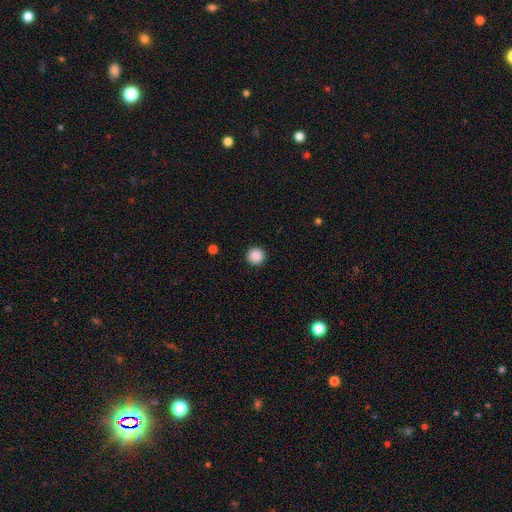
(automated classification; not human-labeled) smooth_or_featured: smooth (p=0.88) [alt: star or artifact p=0.09]
how_rounded: round (p=0.96) [alt: in between p=0.03]
merging: none (p=0.93) [alt: minor disturbance p=0.05]